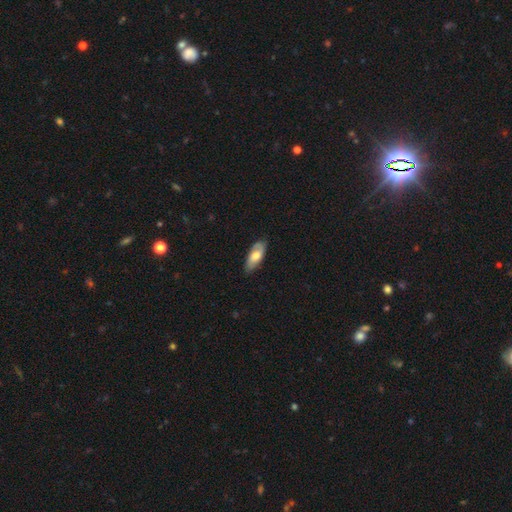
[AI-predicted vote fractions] Smooth or featured? Predicted: smooth (p=0.54). How rounded? Predicted: in between (p=0.81). Merging? Predicted: none (p=0.80).